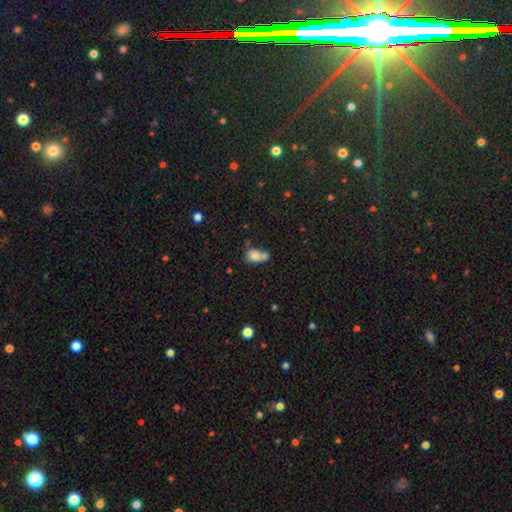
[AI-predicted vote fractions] The model was most divided on "merging": merger: 54%, none: 27%, minor disturbance: 12%, major disturbance: 7%. More confident: smooth or featured — smooth (78%); how rounded — in between (63%).